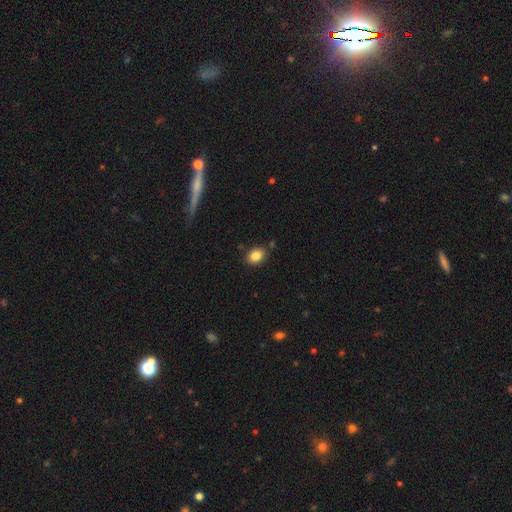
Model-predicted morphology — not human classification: Smooth or featured: smooth — 85% (star or artifact — 9%)
How rounded: in between — 64% (round — 35%)
Merging: none — 84% (minor disturbance — 10%)